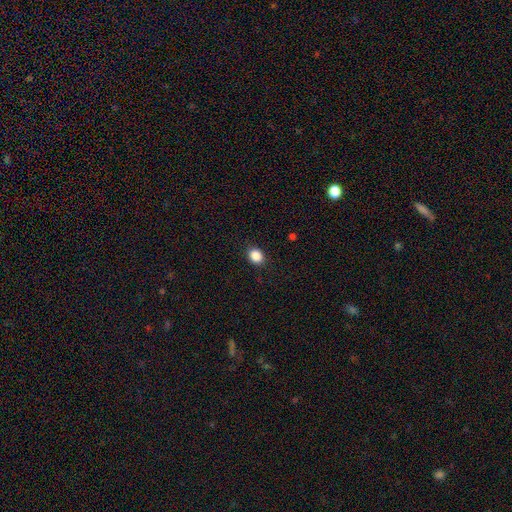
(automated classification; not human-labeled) Smooth or featured?
  - smooth: 88% *
  - star or artifact: 10%
  - featured or disk: 3%
How rounded?
  - round: 54% *
  - in between: 45%
  - cigar-shaped: 1%
Merging?
  - none: 89% *
  - minor disturbance: 8%
  - major disturbance: 2%
  - merger: 1%